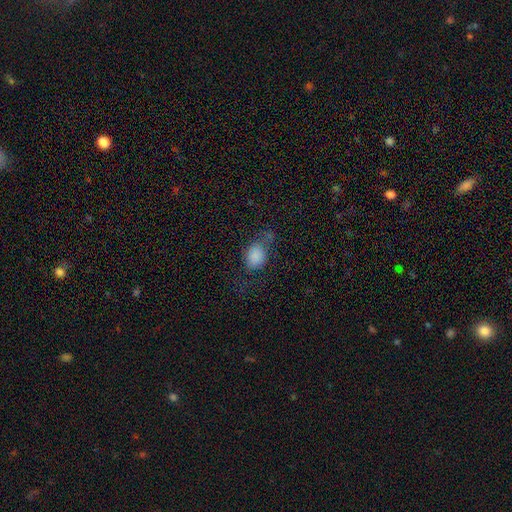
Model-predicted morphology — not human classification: Smooth or featured?
  - smooth: 79% *
  - featured or disk: 10%
  - star or artifact: 10%
How rounded?
  - in between: 71% *
  - round: 27%
  - cigar-shaped: 2%
Merging?
  - none: 45% *
  - minor disturbance: 27%
  - major disturbance: 24%
  - merger: 4%